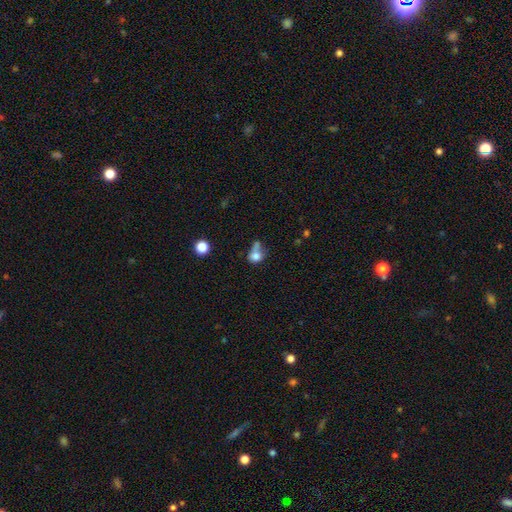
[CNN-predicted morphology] Q: Smooth or featured?
A: smooth (73%); runner-up: featured or disk (14%)
Q: How rounded?
A: round (57%); runner-up: in between (41%)
Q: Merging?
A: merger (32%); runner-up: none (30%)